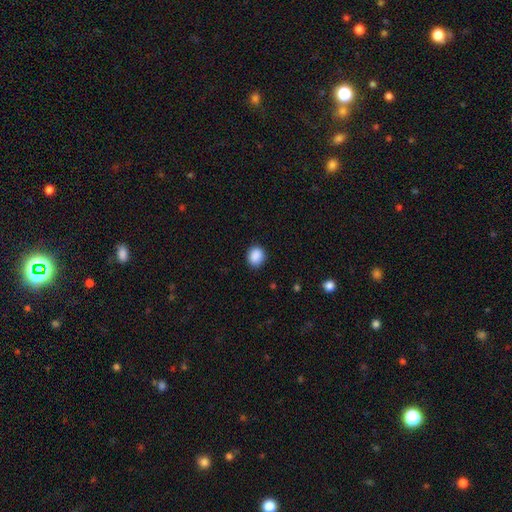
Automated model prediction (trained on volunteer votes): Smooth or featured? smooth (89%)
How rounded? round (65%)
Merging? none (87%)